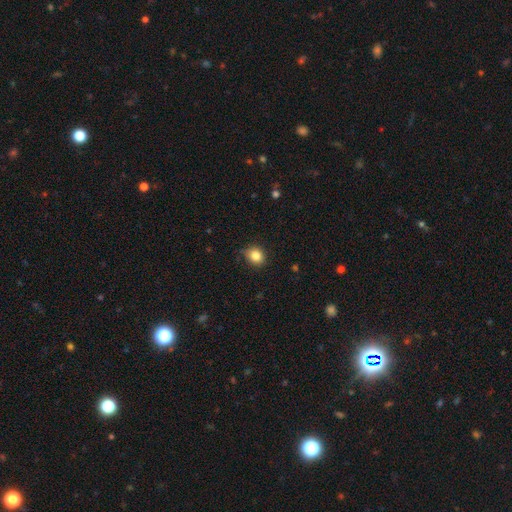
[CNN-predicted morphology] smooth 83%, star or artifact 11%, featured or disk 6%. Down the decision tree: how rounded — round (71%); merging — none (77%).